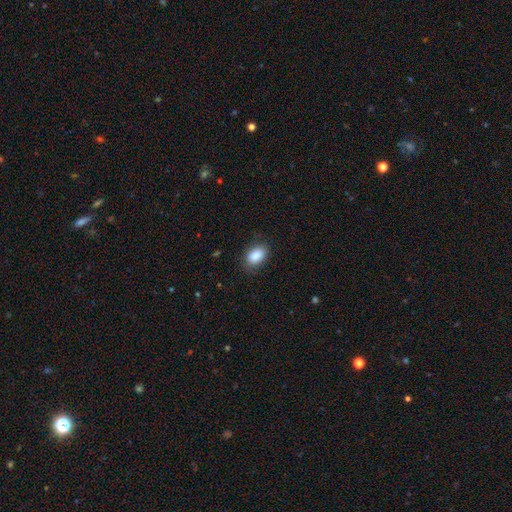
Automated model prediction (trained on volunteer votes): A smooth galaxy with no disk features (88%) that is in between round and cigar-shaped (89%).

Vote fractions:
- Smooth or featured? smooth: 88% / star or artifact: 7% / featured or disk: 5%
- How rounded? in between: 89% / round: 9% / cigar-shaped: 2%
- Merging? none: 80% / minor disturbance: 15% / major disturbance: 3% / merger: 1%